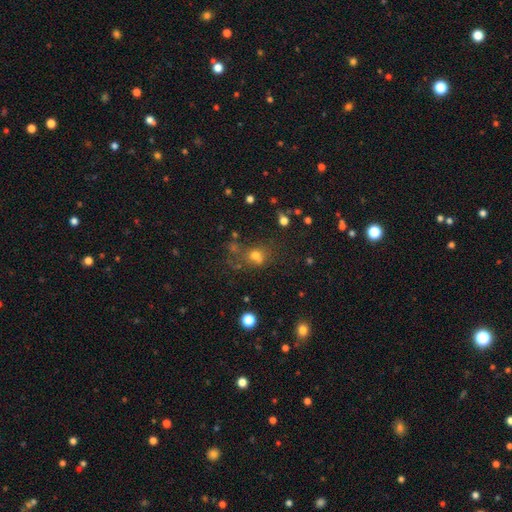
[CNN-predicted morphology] A smooth galaxy with no disk features (66%) that is round (68%). Merging: none (48%).